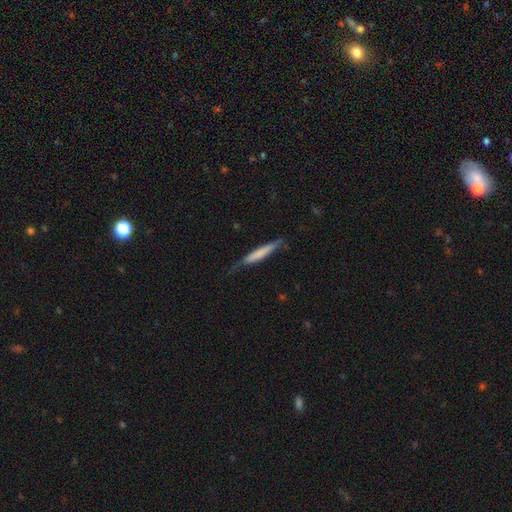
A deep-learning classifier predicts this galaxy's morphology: Smooth or featured: smooth — 62% (featured or disk — 32%)
How rounded: cigar-shaped — 94% (in between — 4%)
Merging: none — 66% (minor disturbance — 25%)